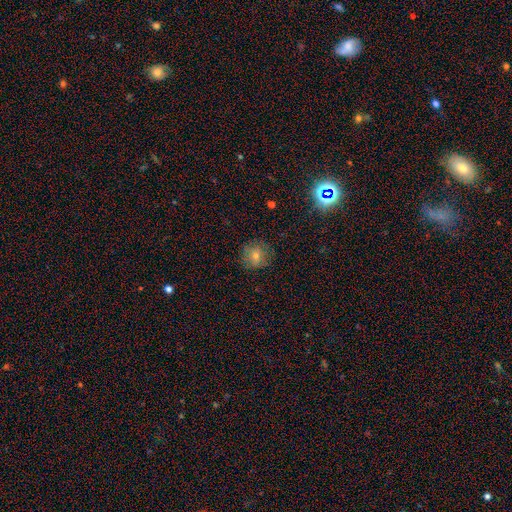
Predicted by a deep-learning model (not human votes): Q: Smooth or featured?
A: smooth (57%); runner-up: star or artifact (23%)
Q: How rounded?
A: round (90%); runner-up: in between (9%)
Q: Merging?
A: none (84%); runner-up: minor disturbance (11%)